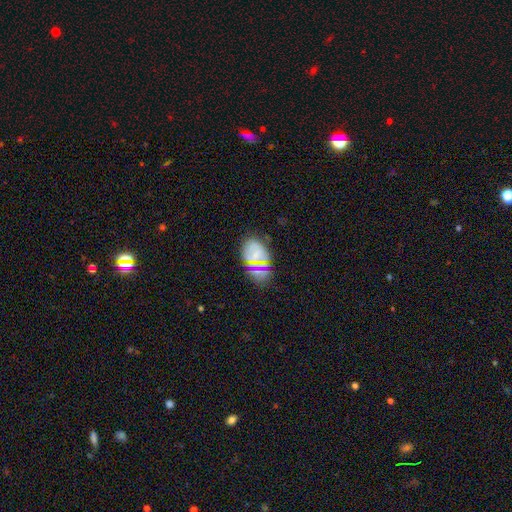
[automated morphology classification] smooth_or_featured: smooth (p=0.64) [alt: star or artifact p=0.24]
how_rounded: in between (p=0.71) [alt: round p=0.27]
merging: none (p=0.73) [alt: minor disturbance p=0.18]